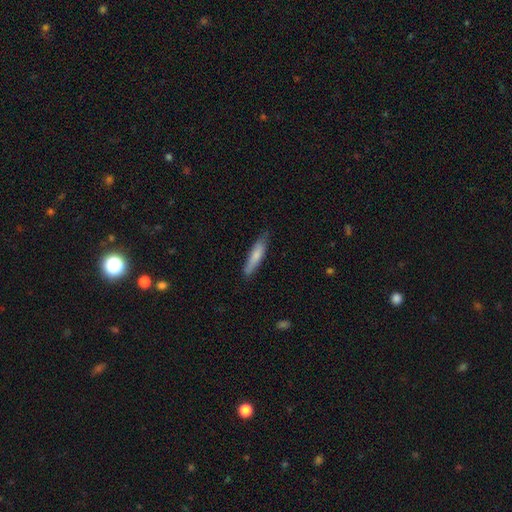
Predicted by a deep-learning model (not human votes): A smooth galaxy with no disk features (72%) that is cigar-shaped (85%). Merging: none (78%).